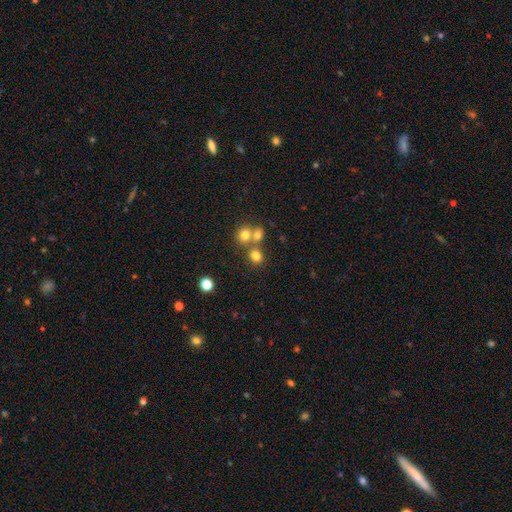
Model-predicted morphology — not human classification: Smooth or featured? smooth (76%)
How rounded? round (81%)
Merging? none (57%)